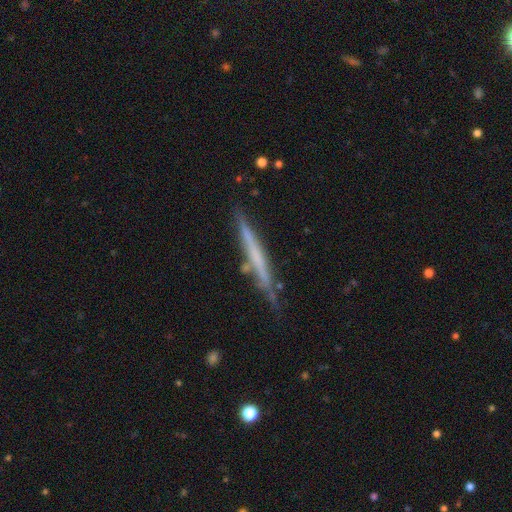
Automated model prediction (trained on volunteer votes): The model was most divided on "smooth or featured": featured or disk: 52%, smooth: 41%, star or artifact: 6%. More confident: edge-on disk — yes (95%); merging — none (75%).